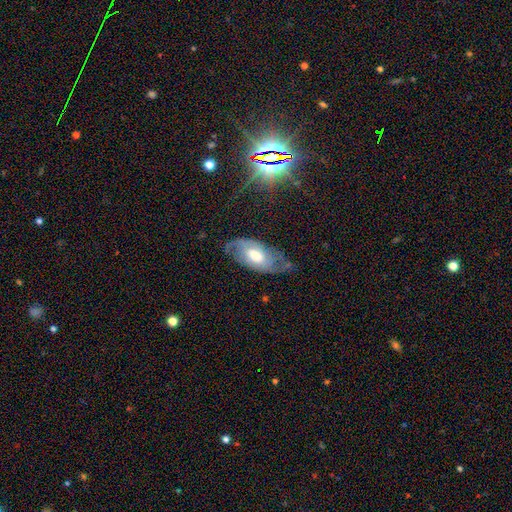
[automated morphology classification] This is likely a featured or disk galaxy (67%). It is clearly not viewed edge-on (90%). Bar: possibly no (51%). Spiral arm pattern: clearly yes (83%). Central bulge: likely moderate (64%). Merging: likely none (61%).